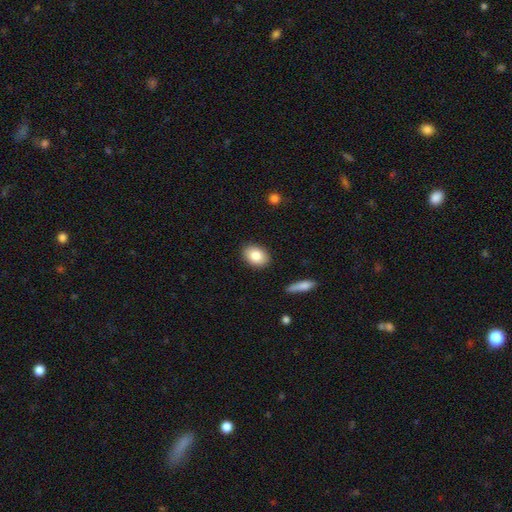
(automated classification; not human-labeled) smooth 84%, featured or disk 9%, star or artifact 7%. Down the decision tree: how rounded — in between (78%); merging — none (88%).